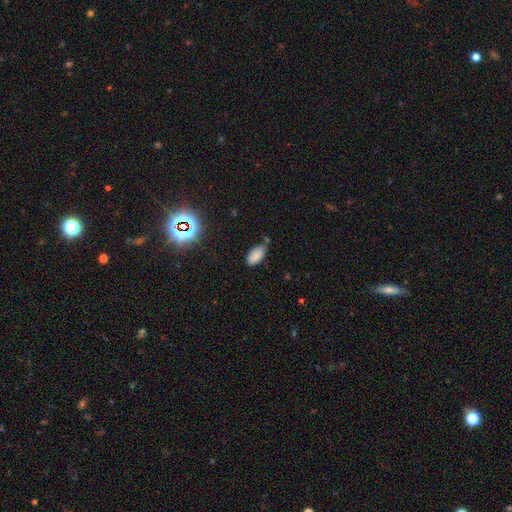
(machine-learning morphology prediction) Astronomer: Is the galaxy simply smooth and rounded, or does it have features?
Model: smooth — 82%.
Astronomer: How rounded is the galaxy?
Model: in between — 93%.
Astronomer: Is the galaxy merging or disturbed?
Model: none — 61%.